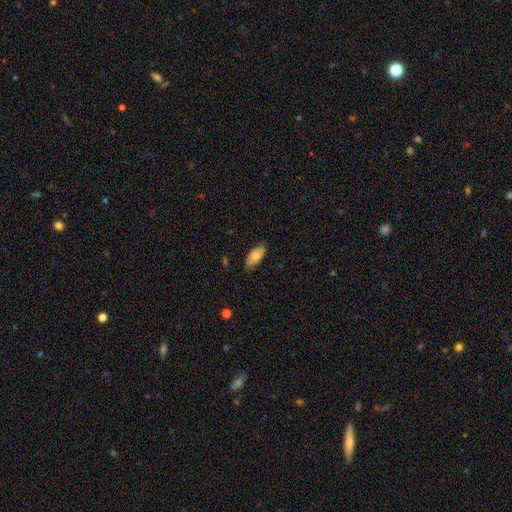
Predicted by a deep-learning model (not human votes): This appears to be a smooth galaxy with no disk features (70%) that is in between round and cigar-shaped (89%). Merging: none (82%).